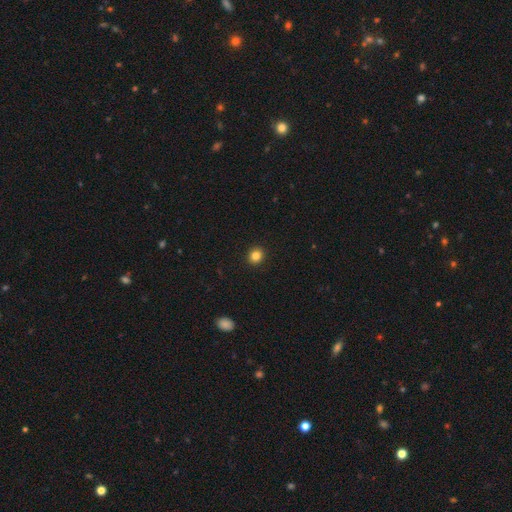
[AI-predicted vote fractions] smooth_or_featured: smooth (p=0.84) [alt: star or artifact p=0.11]
how_rounded: round (p=0.86) [alt: in between p=0.13]
merging: none (p=0.93) [alt: minor disturbance p=0.04]